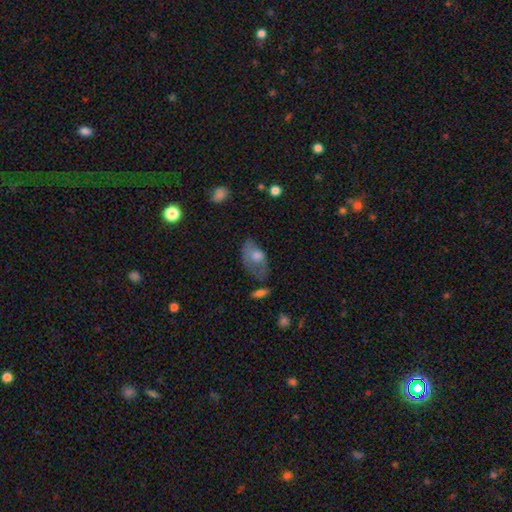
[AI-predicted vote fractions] The model was most divided on "merging": none: 40%, minor disturbance: 31%, major disturbance: 25%, merger: 5%. More confident: how rounded — in between (89%); smooth or featured — smooth (58%).